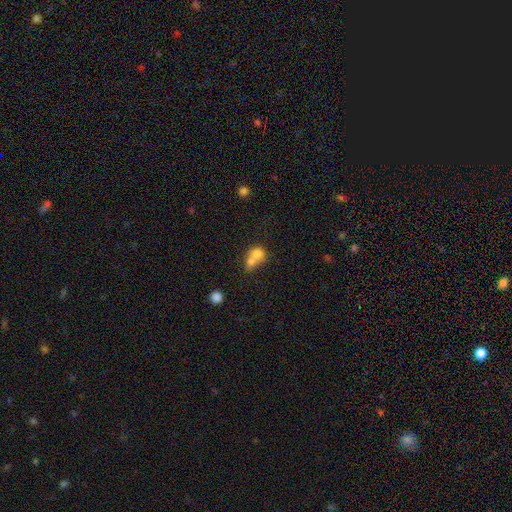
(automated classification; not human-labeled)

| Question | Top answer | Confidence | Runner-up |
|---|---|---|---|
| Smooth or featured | smooth | 73% | featured or disk (17%) |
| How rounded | round | 66% | in between (33%) |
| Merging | merger | 68% | none (22%) |